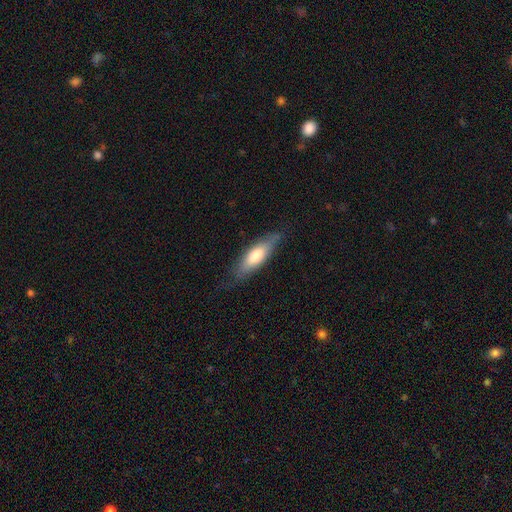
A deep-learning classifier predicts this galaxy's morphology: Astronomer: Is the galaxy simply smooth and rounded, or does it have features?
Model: smooth — 67%.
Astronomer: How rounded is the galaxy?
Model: in between — 50% (runner-up: cigar-shaped, 48%).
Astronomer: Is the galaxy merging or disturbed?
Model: none — 75%.